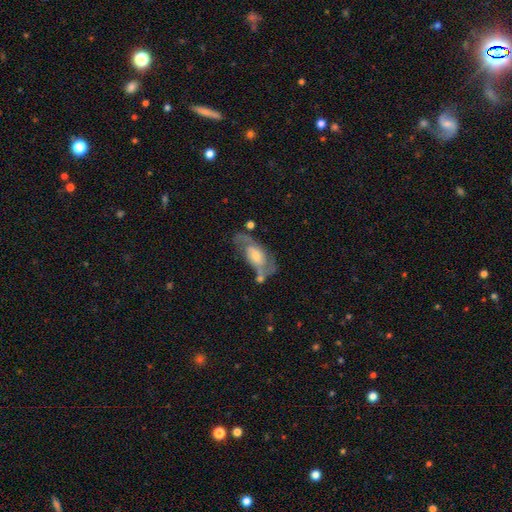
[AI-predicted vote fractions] smooth_or_featured: featured or disk (p=0.72) [alt: smooth p=0.21]
disk_edge_on: no (p=0.91) [alt: yes p=0.09]
bar: no (p=0.63) [alt: weak p=0.30]
has_spiral_arms: yes (p=0.86) [alt: no p=0.14]
spiral_winding: medium (p=0.47) [alt: loose p=0.31]
spiral_arm_count: 2 (p=0.79) [alt: can't tell p=0.12]
bulge_size: moderate (p=0.43) [alt: small p=0.37]
merging: none (p=0.53) [alt: minor disturbance p=0.21]